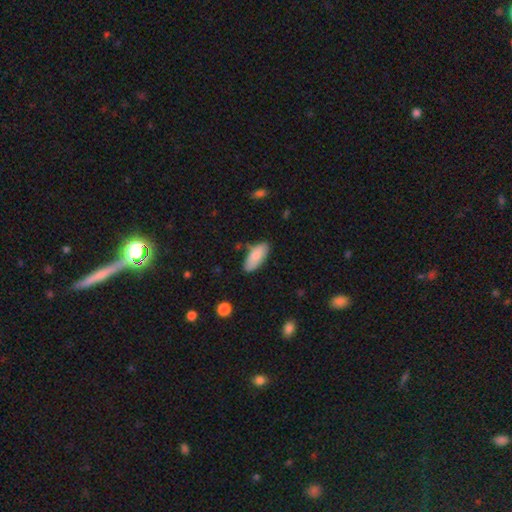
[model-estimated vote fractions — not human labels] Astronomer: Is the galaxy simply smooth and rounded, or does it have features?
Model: smooth — 85%.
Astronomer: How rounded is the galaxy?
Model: in between — 84%.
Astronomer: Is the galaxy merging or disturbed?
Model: none — 77%.